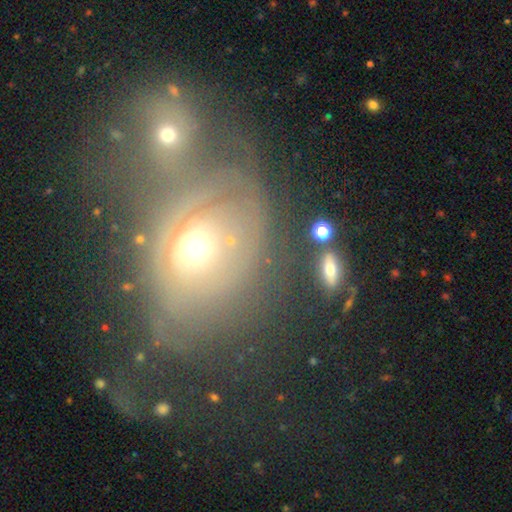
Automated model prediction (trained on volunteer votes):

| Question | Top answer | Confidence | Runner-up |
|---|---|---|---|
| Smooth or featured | featured or disk | 51% | smooth (33%) |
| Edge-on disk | no | 93% | yes (7%) |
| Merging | merger | 36% | none (30%) |